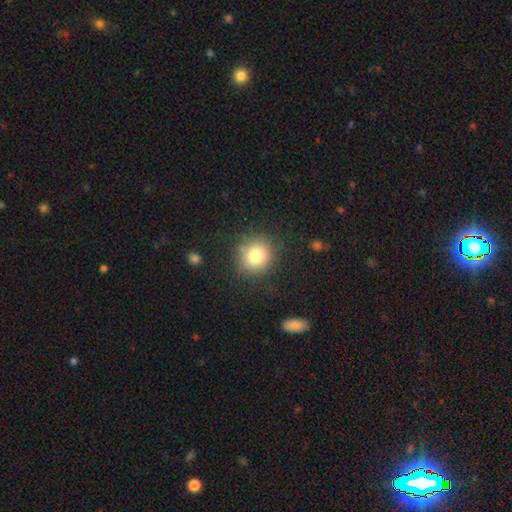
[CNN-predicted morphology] Smooth or featured?
  - smooth: 80% *
  - star or artifact: 10%
  - featured or disk: 10%
How rounded?
  - round: 89% *
  - in between: 10%
  - cigar-shaped: 1%
Merging?
  - none: 85% *
  - minor disturbance: 10%
  - major disturbance: 4%
  - merger: 2%